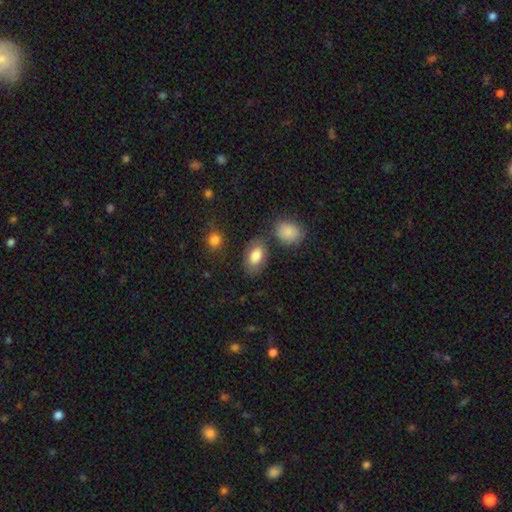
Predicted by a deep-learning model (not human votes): Q: Smooth or featured?
A: smooth (82%); runner-up: featured or disk (11%)
Q: How rounded?
A: in between (92%); runner-up: round (7%)
Q: Merging?
A: none (73%); runner-up: minor disturbance (15%)